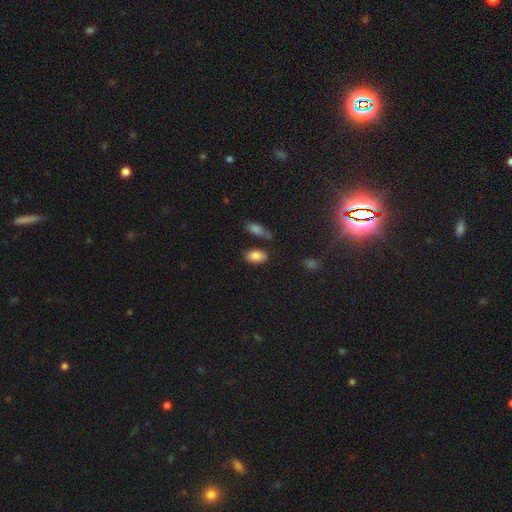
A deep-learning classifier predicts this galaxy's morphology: Smooth or featured?
  - smooth: 86% *
  - star or artifact: 8%
  - featured or disk: 6%
How rounded?
  - in between: 91% *
  - round: 6%
  - cigar-shaped: 3%
Merging?
  - none: 75% *
  - minor disturbance: 14%
  - merger: 7%
  - major disturbance: 4%